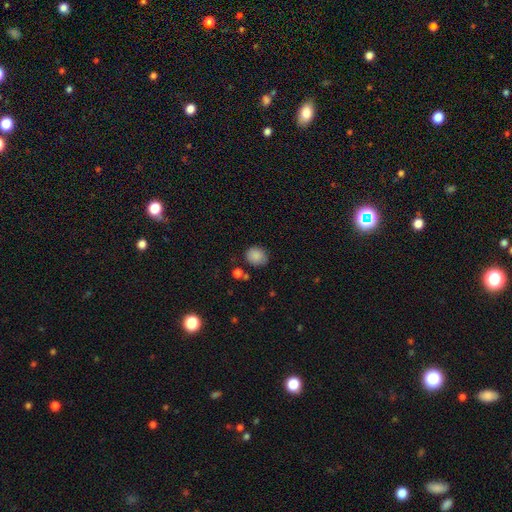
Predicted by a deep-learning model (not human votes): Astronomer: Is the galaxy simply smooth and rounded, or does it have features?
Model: smooth — 86%.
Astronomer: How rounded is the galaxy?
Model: round — 71%.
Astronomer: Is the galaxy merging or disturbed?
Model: none — 76%.